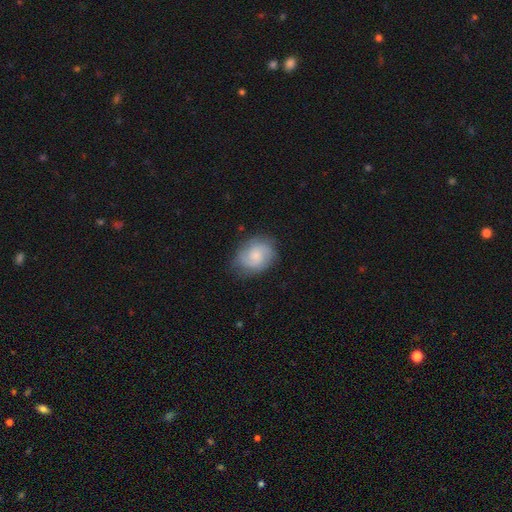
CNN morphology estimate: smooth-or-featured: featured or disk: 58% | smooth: 35% | star or artifact: 7%
  disk-edge-on: no: 98% | yes: 2%
    bar: no: 66% | weak: 31% | strong: 3%
    has-spiral-arms: yes: 92% | no: 8%
      spiral-winding: medium: 46% | tight: 37% | loose: 17%
      spiral-arm-count: 2: 66% | can't tell: 16% | 3: 11% | 1: 3% | 4: 3% | more than 4: 2%
    bulge-size: small: 46% | moderate: 39% | none: 8% | large: 5% | dominant: 1%
  merging: none: 78% | minor disturbance: 16% | major disturbance: 5% | merger: 1%